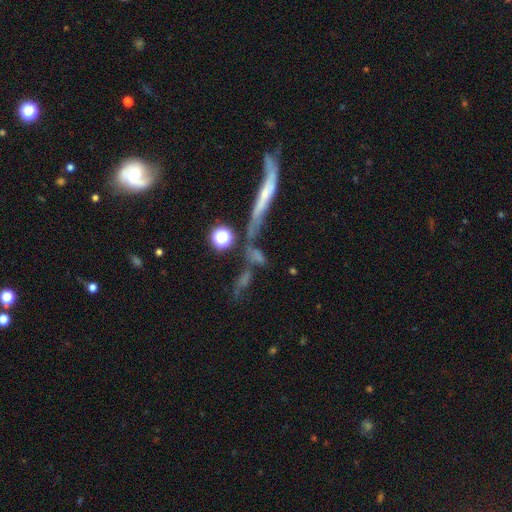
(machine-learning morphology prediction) This is marginally a featured or disk galaxy (43%). Merging: marginally none (36%).